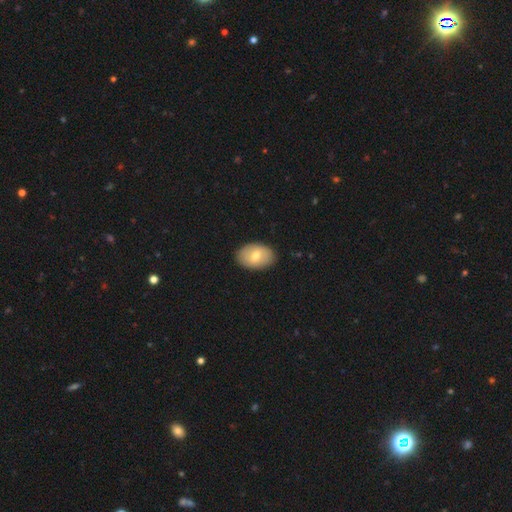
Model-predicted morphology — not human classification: Smooth or featured? smooth (69%)
How rounded? in between (87%)
Merging? none (88%)